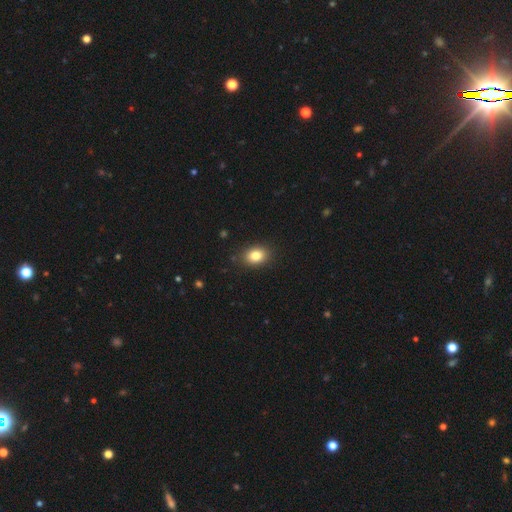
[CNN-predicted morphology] Smooth or featured?
  - smooth: 84% *
  - star or artifact: 9%
  - featured or disk: 7%
How rounded?
  - in between: 69% *
  - round: 30%
  - cigar-shaped: 1%
Merging?
  - none: 87% *
  - minor disturbance: 9%
  - major disturbance: 2%
  - merger: 1%